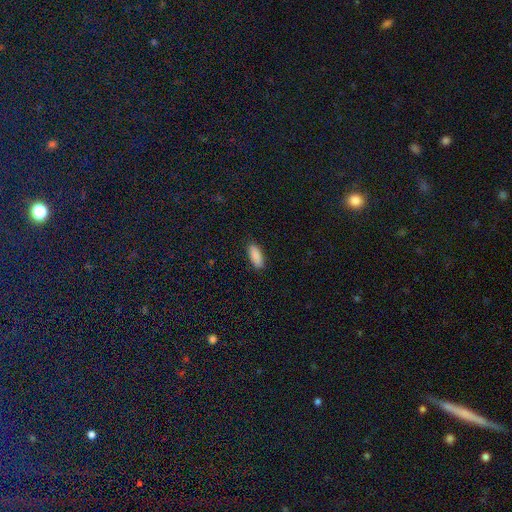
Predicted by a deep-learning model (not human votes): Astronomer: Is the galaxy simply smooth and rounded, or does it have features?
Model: smooth — 89%.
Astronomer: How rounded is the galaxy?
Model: in between — 80%.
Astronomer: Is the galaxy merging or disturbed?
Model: none — 88%.